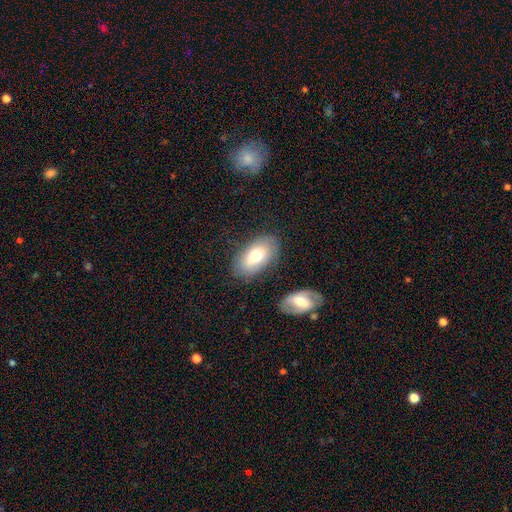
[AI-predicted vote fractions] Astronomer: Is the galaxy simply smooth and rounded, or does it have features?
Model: smooth — 72%.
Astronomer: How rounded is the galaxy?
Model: in between — 94%.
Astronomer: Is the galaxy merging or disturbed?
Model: none — 75%.